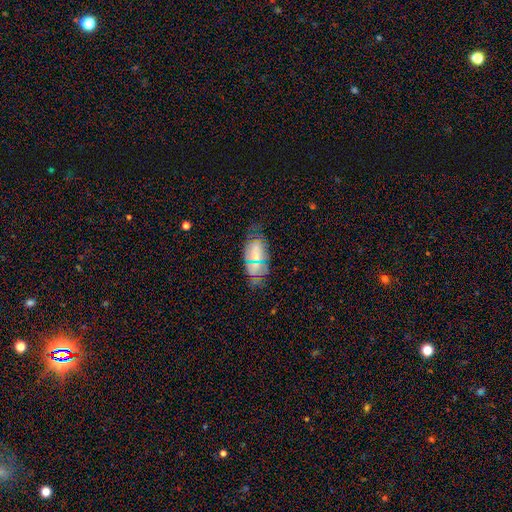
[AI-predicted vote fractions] This appears to be a smooth galaxy with no disk features (60%) that is in between round and cigar-shaped (92%). Merging: none (56%).